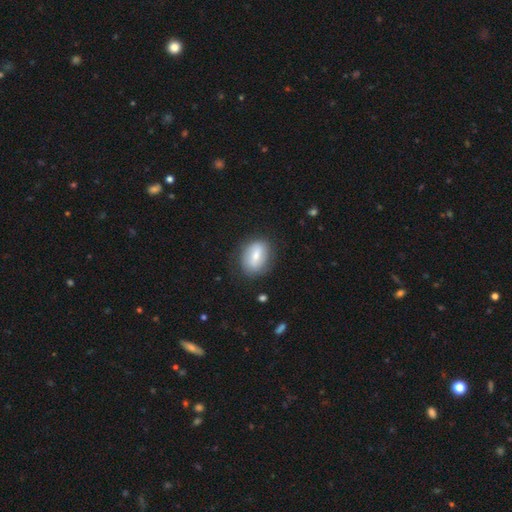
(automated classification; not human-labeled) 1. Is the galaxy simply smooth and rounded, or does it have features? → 62% smooth, 31% featured or disk, 7% star or artifact.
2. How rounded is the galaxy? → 74% in between, 24% round, 2% cigar-shaped.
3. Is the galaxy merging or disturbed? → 78% none, 16% minor disturbance, 5% major disturbance, 1% merger.